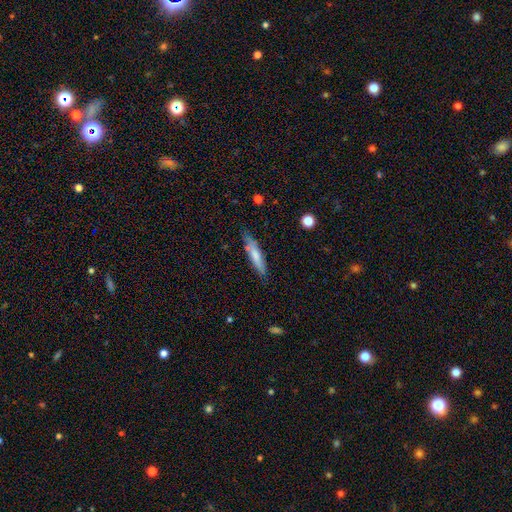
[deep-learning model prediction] Q: Smooth or featured?
A: smooth (68%); runner-up: featured or disk (26%)
Q: How rounded?
A: cigar-shaped (81%); runner-up: in between (18%)
Q: Merging?
A: none (75%); runner-up: minor disturbance (18%)